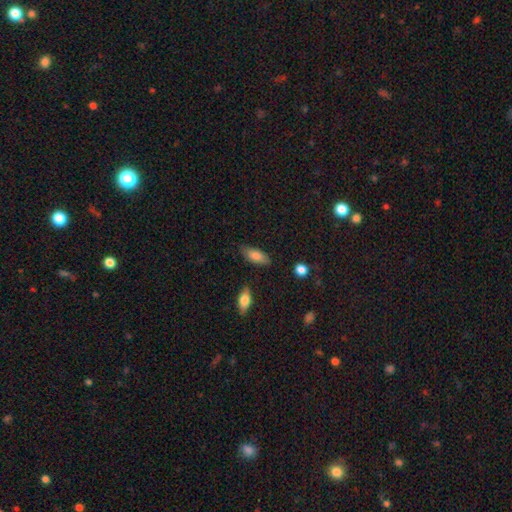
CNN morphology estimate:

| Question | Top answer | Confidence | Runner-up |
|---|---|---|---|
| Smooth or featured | smooth | 81% | featured or disk (12%) |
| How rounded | in between | 80% | cigar-shaped (17%) |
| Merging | none | 78% | minor disturbance (16%) |